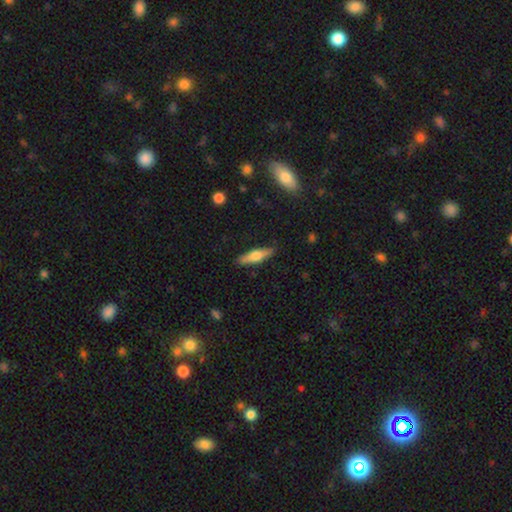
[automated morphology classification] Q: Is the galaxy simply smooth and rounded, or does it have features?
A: smooth — 55%.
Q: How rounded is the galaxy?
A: cigar-shaped — 68%.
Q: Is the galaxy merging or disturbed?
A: none — 88%.